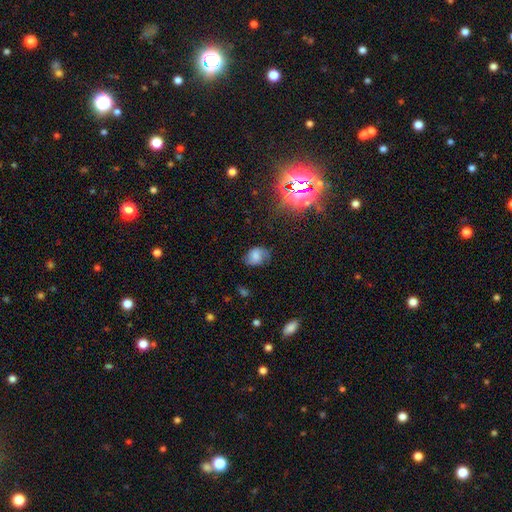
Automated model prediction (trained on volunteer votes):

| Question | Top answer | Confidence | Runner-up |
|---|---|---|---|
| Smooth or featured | smooth | 64% | featured or disk (21%) |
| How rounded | in between | 63% | round (36%) |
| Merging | none | 58% | minor disturbance (29%) |